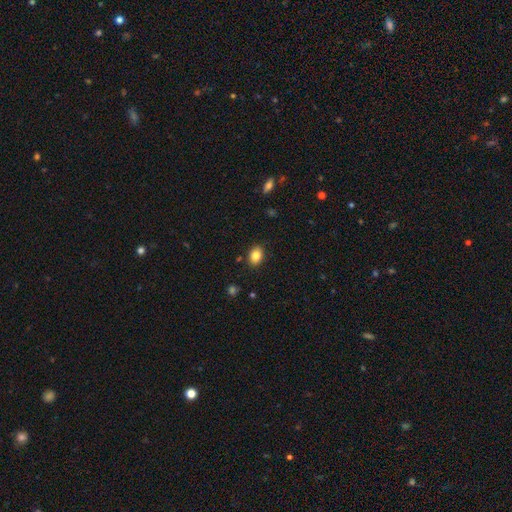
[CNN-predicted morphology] Smooth or featured: smooth — 84% (star or artifact — 9%)
How rounded: in between — 74% (round — 25%)
Merging: none — 87% (minor disturbance — 9%)